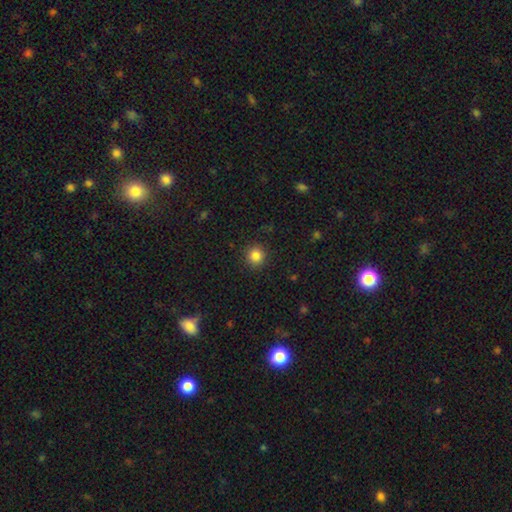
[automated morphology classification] Q: Smooth or featured?
A: smooth (84%); runner-up: star or artifact (11%)
Q: How rounded?
A: round (93%); runner-up: in between (6%)
Q: Merging?
A: none (91%); runner-up: minor disturbance (6%)